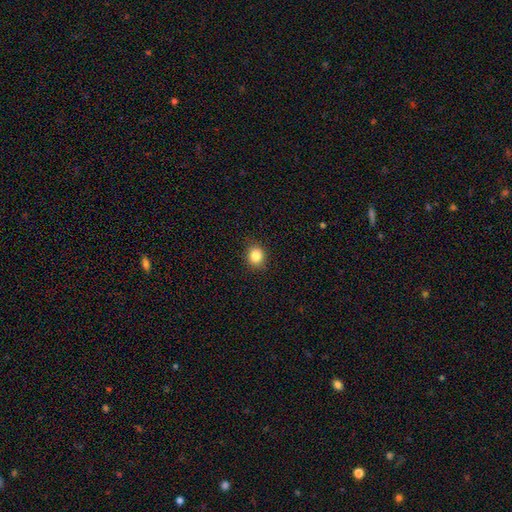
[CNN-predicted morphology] Q: Smooth or featured?
A: smooth (85%); runner-up: star or artifact (10%)
Q: How rounded?
A: round (73%); runner-up: in between (26%)
Q: Merging?
A: none (90%); runner-up: minor disturbance (7%)